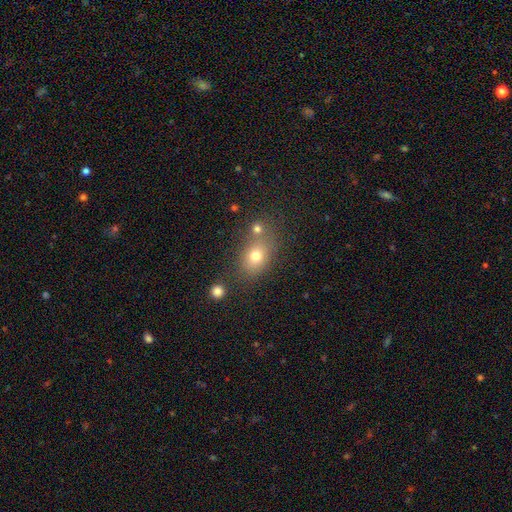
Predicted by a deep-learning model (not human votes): Q: Smooth or featured?
A: smooth (73%); runner-up: star or artifact (14%)
Q: How rounded?
A: in between (60%); runner-up: round (39%)
Q: Merging?
A: none (58%); runner-up: merger (23%)